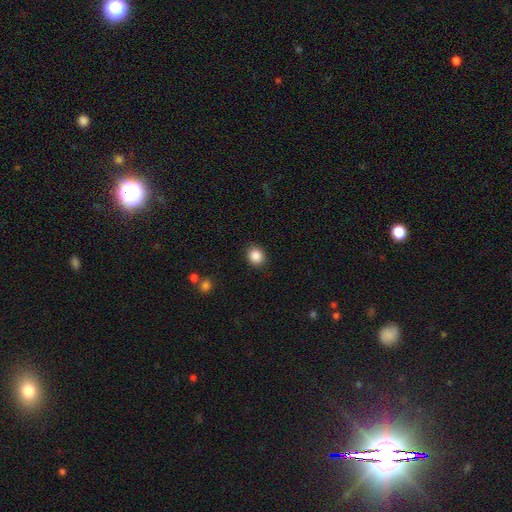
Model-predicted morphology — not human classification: Smooth or featured: smooth — 87% (star or artifact — 9%)
How rounded: round — 74% (in between — 25%)
Merging: none — 89% (minor disturbance — 8%)